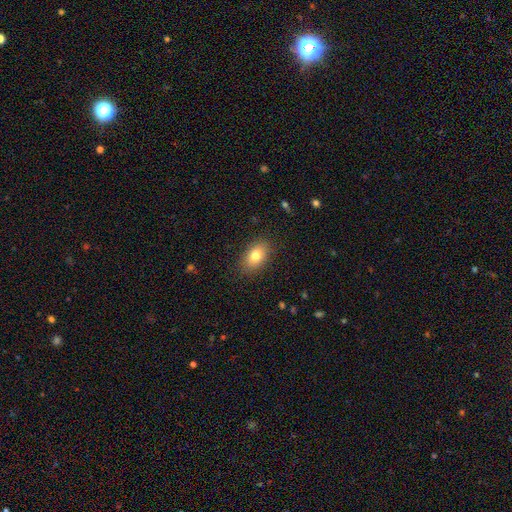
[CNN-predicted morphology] Smooth or featured?
  - smooth: 79% *
  - featured or disk: 12%
  - star or artifact: 9%
How rounded?
  - in between: 86% *
  - round: 13%
  - cigar-shaped: 2%
Merging?
  - none: 86% *
  - minor disturbance: 10%
  - major disturbance: 3%
  - merger: 1%